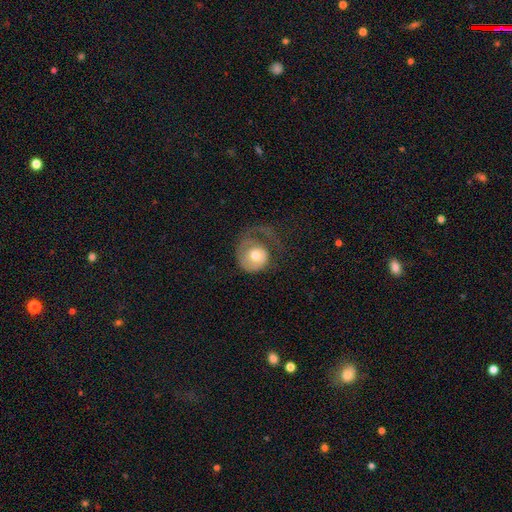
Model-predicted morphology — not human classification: A smooth galaxy with no disk features (49%). Merging: major disturbance (54%).